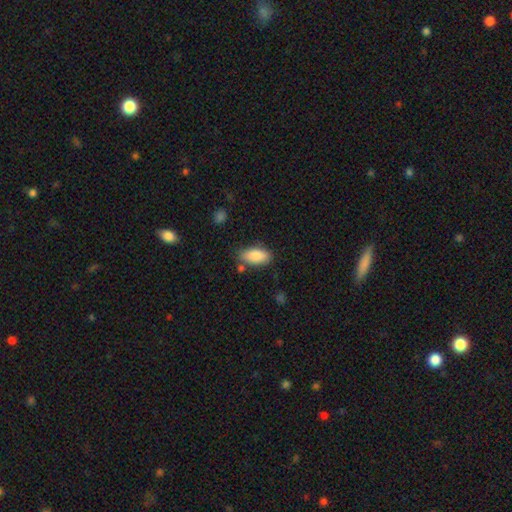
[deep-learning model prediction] Morphology: type=smooth (87%); roundness=in between (89%); merging=none (76%).